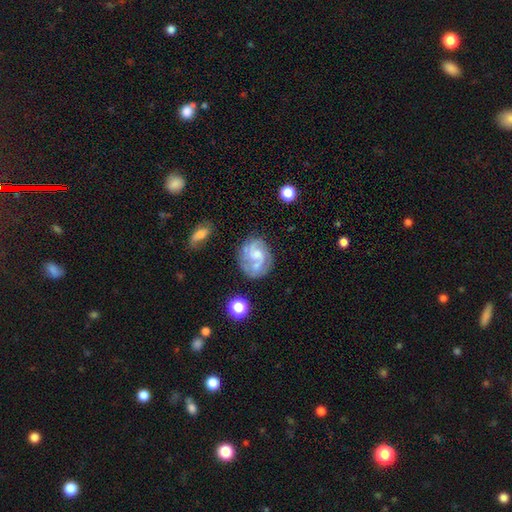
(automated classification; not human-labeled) featured or disk 70%, smooth 22%, star or artifact 8%. Down the decision tree: edge-on disk — no (98%); bar — no (64%); spiral arms — yes (83%); spiral arm count — 2 (43%); spiral winding — medium (44%); bulge size — small (39%); merging — none (58%).